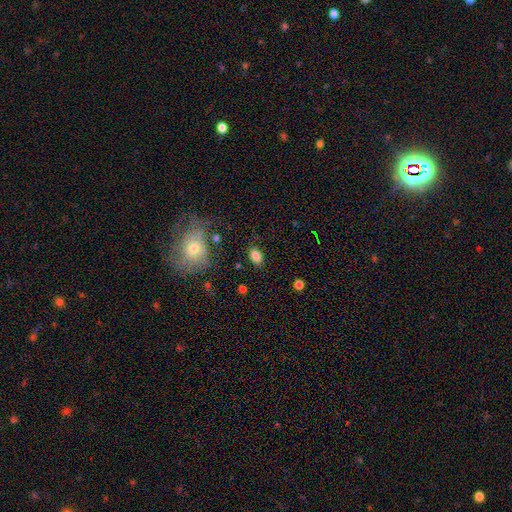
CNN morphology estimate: Overall: smooth (84%). How rounded: in between (84%). Merging: none (83%).